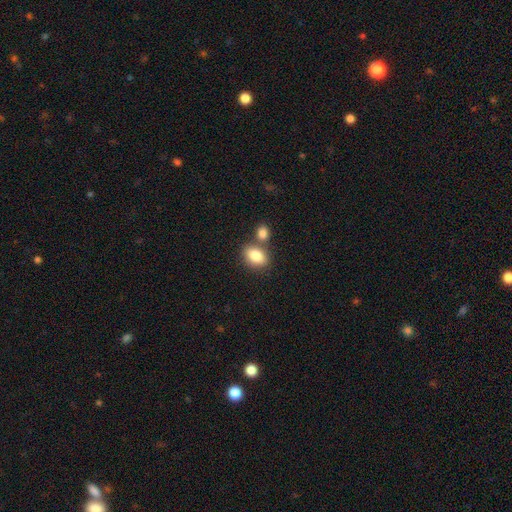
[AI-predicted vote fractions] This appears to be a smooth galaxy with no disk features (84%) that is in between round and cigar-shaped (78%). Merging: none (57%).